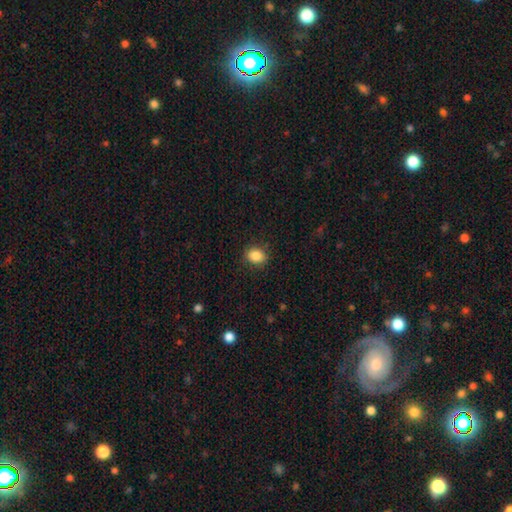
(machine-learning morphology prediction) smooth_or_featured: smooth (p=0.87) [alt: star or artifact p=0.09]
how_rounded: round (p=0.51) [alt: in between p=0.48]
merging: none (p=0.86) [alt: minor disturbance p=0.10]